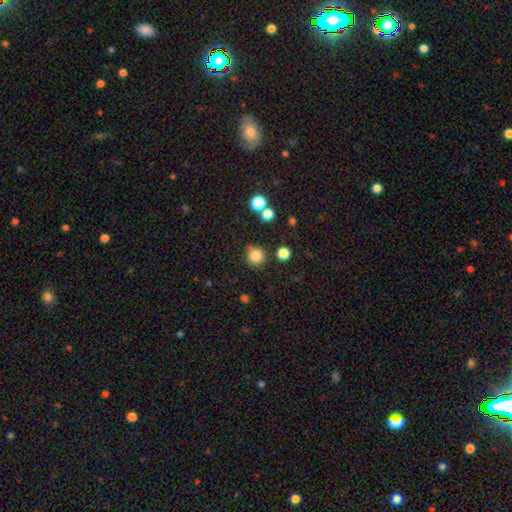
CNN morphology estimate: Smooth or featured: smooth — 84% (star or artifact — 12%)
How rounded: round — 91% (in between — 8%)
Merging: none — 78% (minor disturbance — 14%)